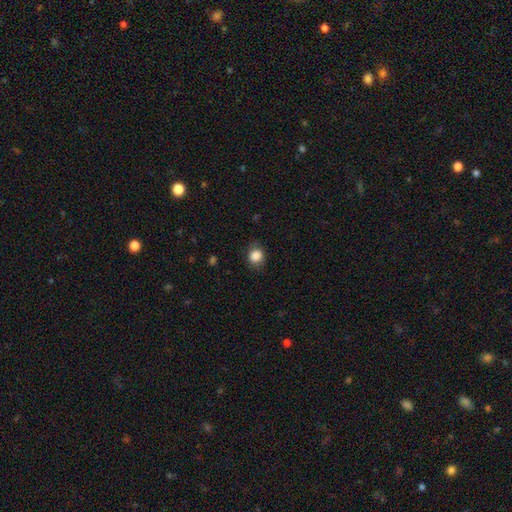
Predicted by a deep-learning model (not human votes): Overall: smooth (85%). How rounded: round (58%; in between 41%). Merging: none (75%).